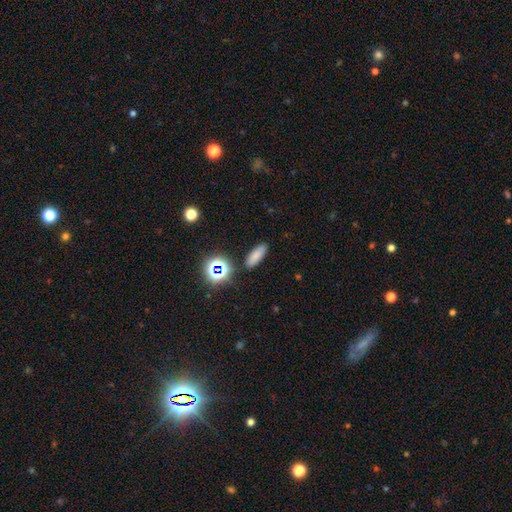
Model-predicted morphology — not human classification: type=smooth (76%); roundness=in between (60%); merging=none (86%).